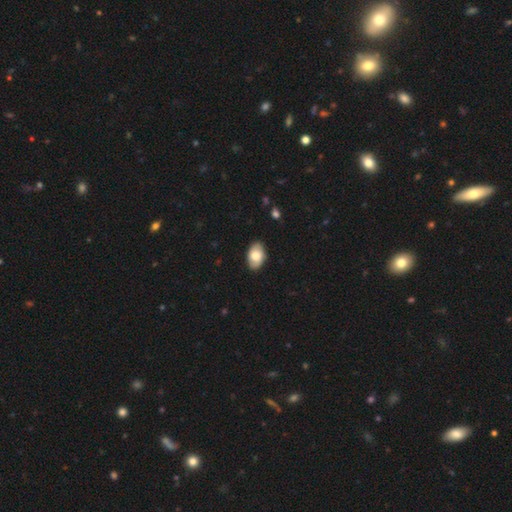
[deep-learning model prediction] Q: Smooth or featured?
A: smooth (76%); runner-up: featured or disk (18%)
Q: How rounded?
A: in between (92%); runner-up: round (7%)
Q: Merging?
A: none (86%); runner-up: minor disturbance (11%)